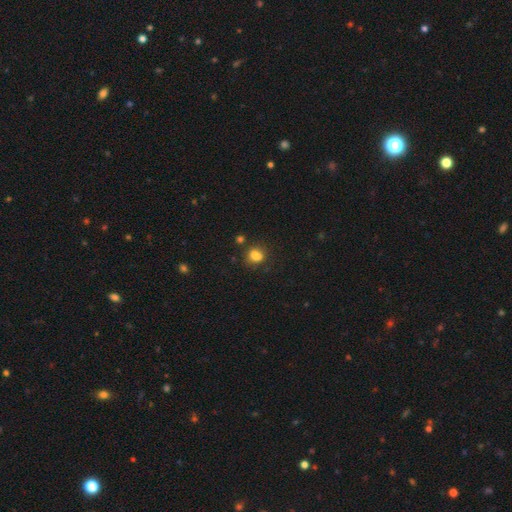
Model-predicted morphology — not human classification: Q: Smooth or featured?
A: smooth (76%); runner-up: star or artifact (13%)
Q: How rounded?
A: in between (50%); runner-up: round (48%)
Q: Merging?
A: none (53%); runner-up: merger (22%)